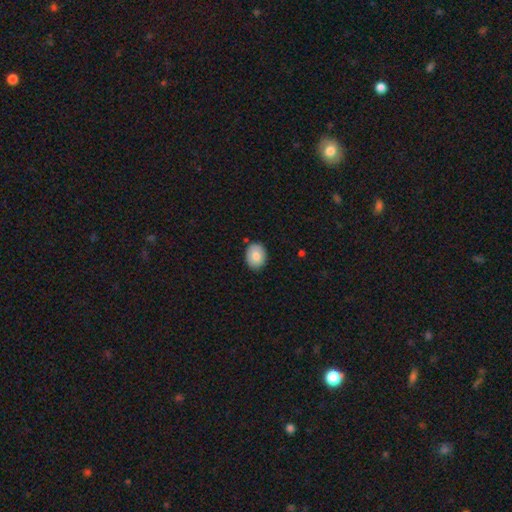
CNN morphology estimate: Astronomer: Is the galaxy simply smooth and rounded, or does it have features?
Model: smooth — 82%.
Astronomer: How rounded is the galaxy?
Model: in between — 62%.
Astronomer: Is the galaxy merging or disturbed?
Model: none — 84%.